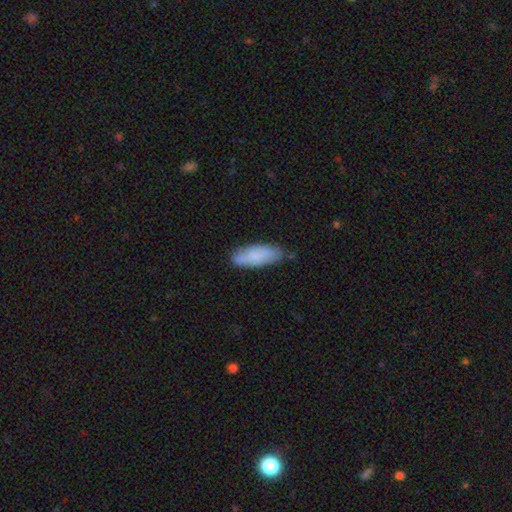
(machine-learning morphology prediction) Smooth or featured? smooth (81%)
How rounded? in between (64%)
Merging? none (76%)